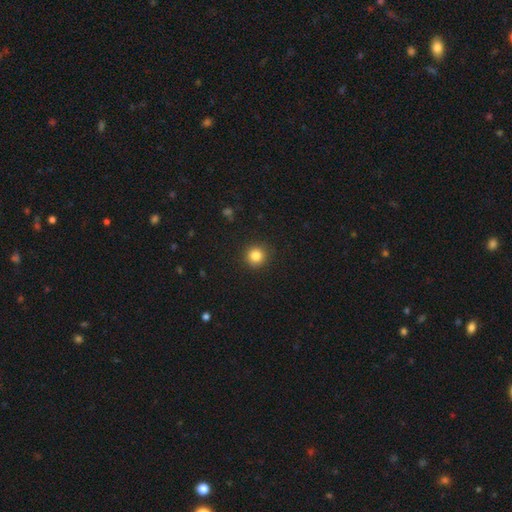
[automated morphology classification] type=smooth (83%); roundness=round (94%); merging=none (91%).